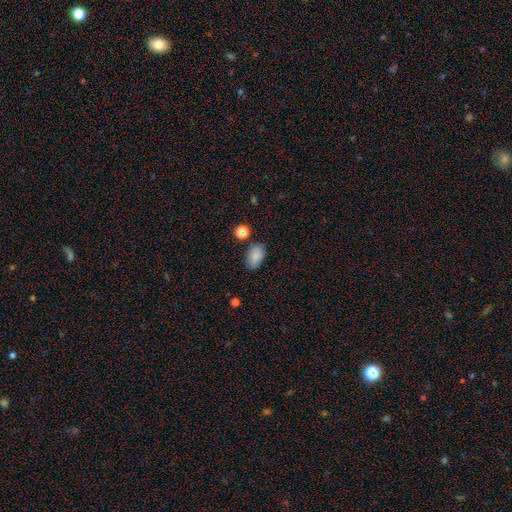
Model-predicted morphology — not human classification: smooth_or_featured: smooth (p=0.83) [alt: star or artifact p=0.10]
how_rounded: in between (p=0.91) [alt: round p=0.08]
merging: none (p=0.80) [alt: minor disturbance p=0.13]